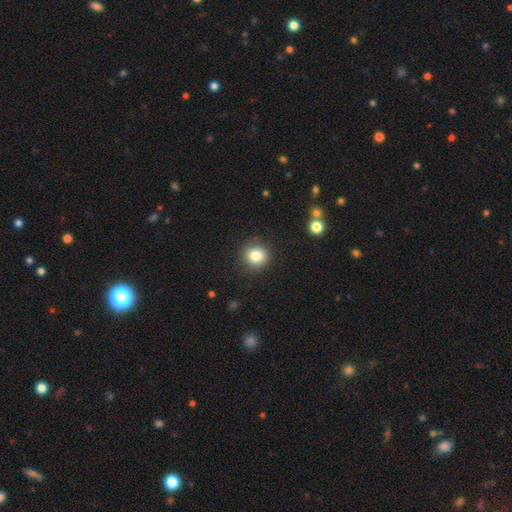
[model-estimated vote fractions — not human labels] Overall: smooth (82%). How rounded: round (88%). Merging: none (87%).